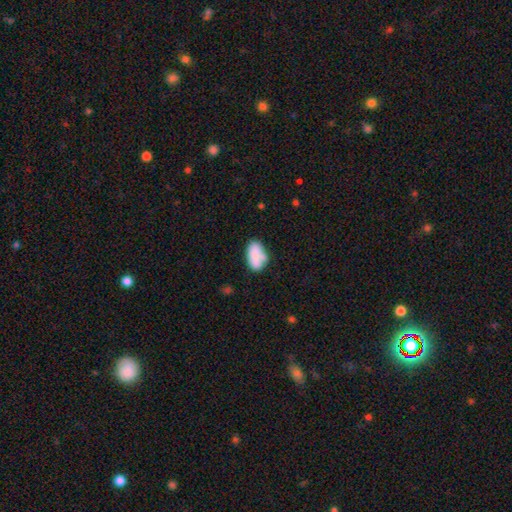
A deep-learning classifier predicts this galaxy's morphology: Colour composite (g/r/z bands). It shows a smooth galaxy with no disk features (79%) that is in between round and cigar-shaped (92%). Merging: none (58%).